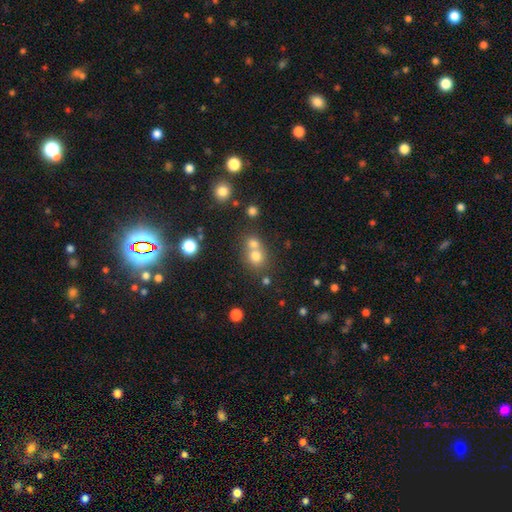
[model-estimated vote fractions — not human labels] A smooth galaxy with no disk features (73%) that is round (82%). Merging: merger (50%).